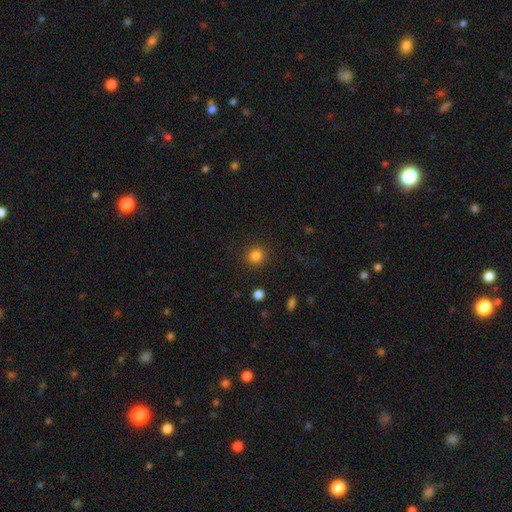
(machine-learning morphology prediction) The model was most divided on "smooth or featured": smooth: 83%, star or artifact: 12%, featured or disk: 5%. More confident: merging — none (90%); how rounded — round (88%).